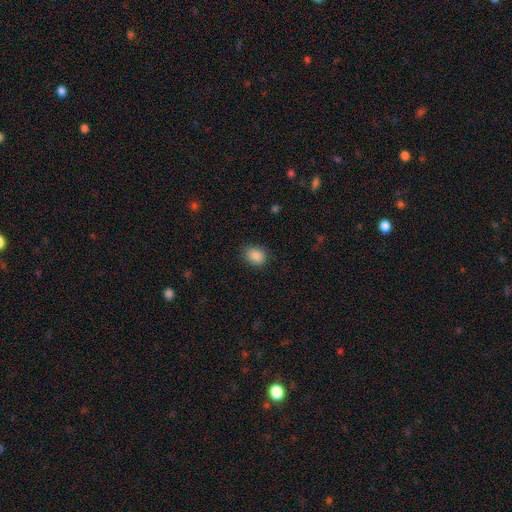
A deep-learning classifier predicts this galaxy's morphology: smooth-or-featured: smooth: 88% | star or artifact: 8% | featured or disk: 4%
  how-rounded: in between: 60% | round: 39% | cigar-shaped: 1%
  merging: none: 83% | minor disturbance: 13% | major disturbance: 3% | merger: 1%